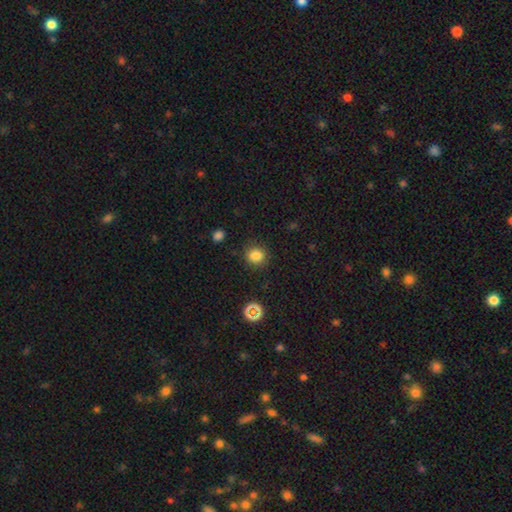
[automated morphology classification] Smooth or featured? smooth (82%)
How rounded? round (84%)
Merging? none (88%)